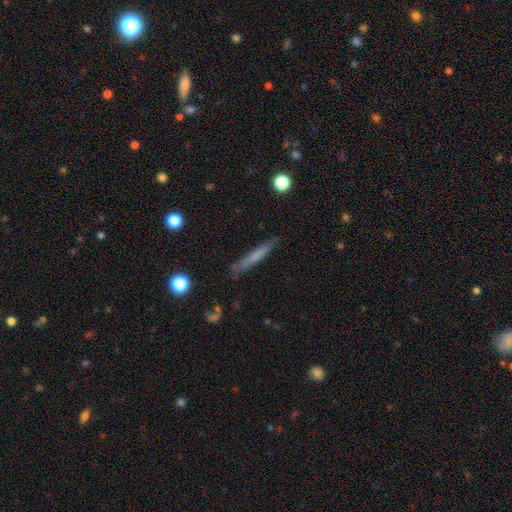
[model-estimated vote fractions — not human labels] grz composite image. It shows a smooth galaxy with no disk features (61%) that is cigar-shaped (94%). Merging: none (82%).